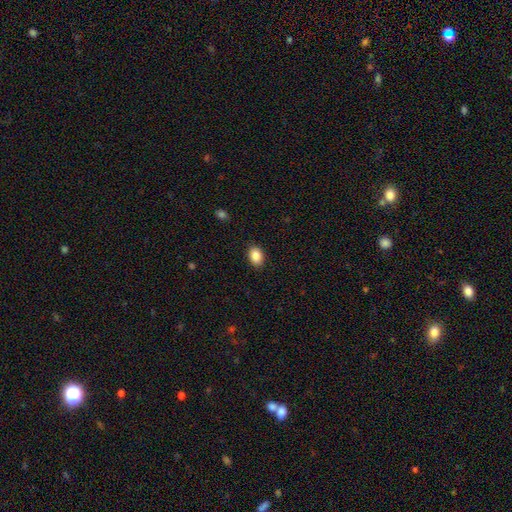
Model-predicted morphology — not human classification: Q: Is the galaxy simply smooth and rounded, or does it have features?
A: smooth — 87%.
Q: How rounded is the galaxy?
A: in between — 80%.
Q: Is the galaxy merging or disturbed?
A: none — 89%.